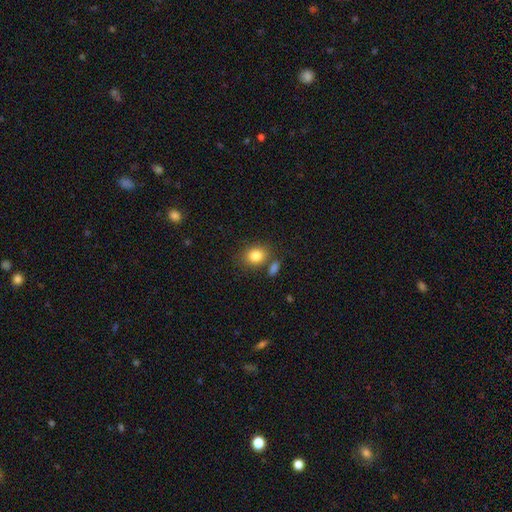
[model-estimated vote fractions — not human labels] A smooth galaxy with no disk features (83%) that is in between round and cigar-shaped (55%). Merging: none (69%).